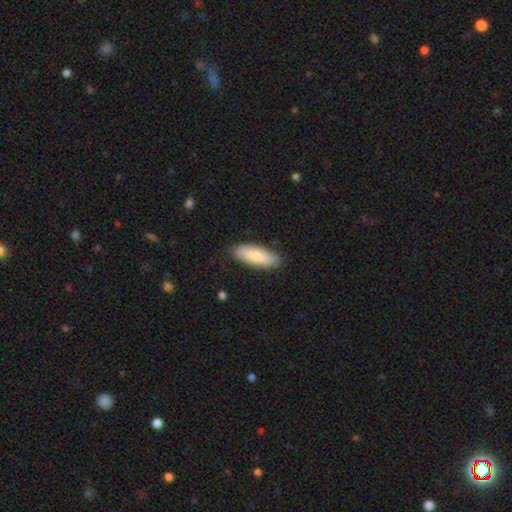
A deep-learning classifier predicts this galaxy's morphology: A smooth galaxy with no disk features (83%) that is in between round and cigar-shaped (64%).

Vote fractions:
- Smooth or featured? smooth: 83% / featured or disk: 11% / star or artifact: 5%
- How rounded? in between: 64% / cigar-shaped: 35% / round: 2%
- Merging? none: 87% / minor disturbance: 10% / major disturbance: 2% / merger: 1%